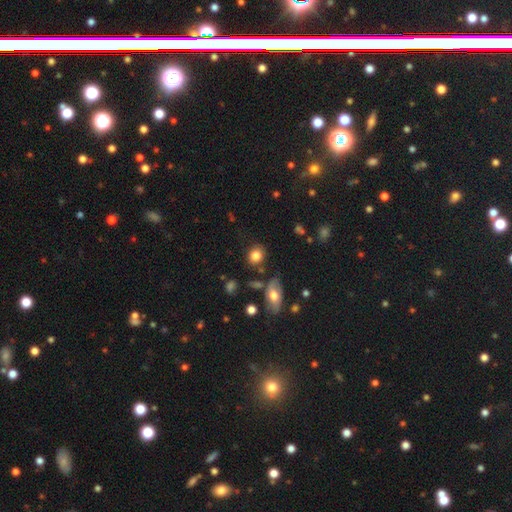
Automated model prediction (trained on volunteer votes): Smooth or featured: smooth — 83% (star or artifact — 9%)
How rounded: round — 60% (in between — 38%)
Merging: none — 79% (minor disturbance — 12%)